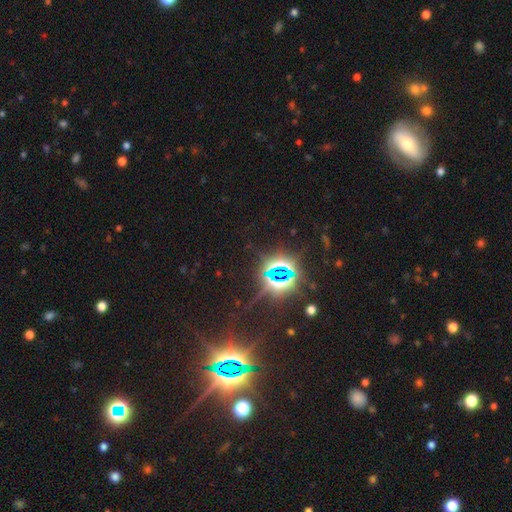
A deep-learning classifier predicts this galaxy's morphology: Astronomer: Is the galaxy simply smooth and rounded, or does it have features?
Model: star or artifact — 81%.